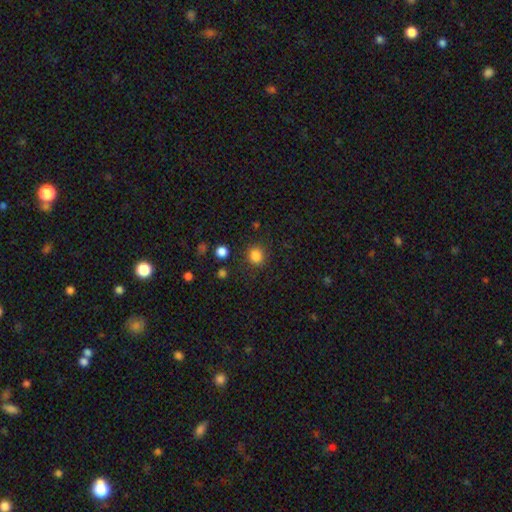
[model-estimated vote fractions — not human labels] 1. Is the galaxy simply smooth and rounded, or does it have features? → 84% smooth, 12% star or artifact, 4% featured or disk.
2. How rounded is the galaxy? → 86% round, 13% in between, 1% cigar-shaped.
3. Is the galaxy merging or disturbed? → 88% none, 7% minor disturbance, 3% major disturbance, 2% merger.